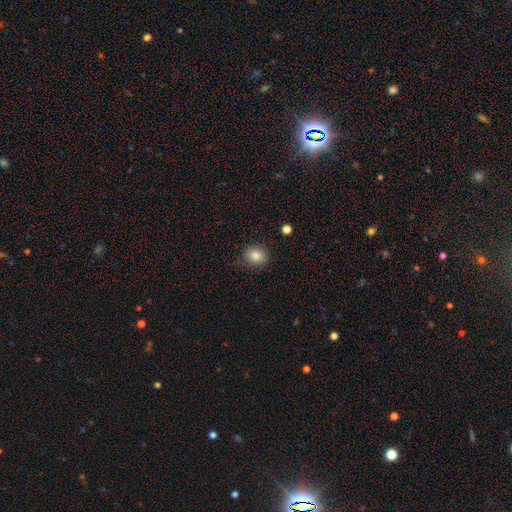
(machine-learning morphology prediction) Smooth or featured? Predicted: smooth (p=0.83). How rounded? Predicted: round (p=0.76). Merging? Predicted: none (p=0.78).